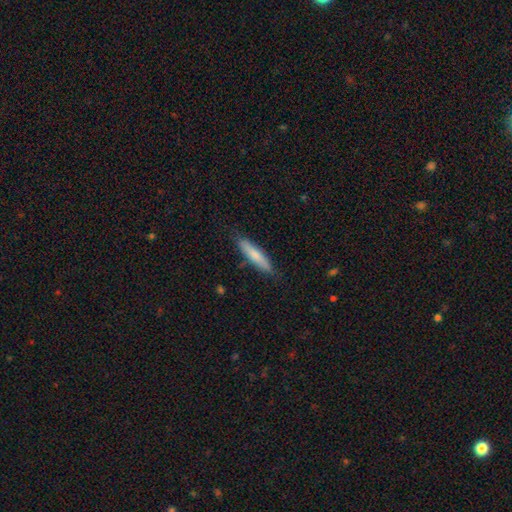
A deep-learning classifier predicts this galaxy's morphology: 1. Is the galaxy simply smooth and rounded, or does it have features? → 75% smooth, 20% featured or disk, 5% star or artifact.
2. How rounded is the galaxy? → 85% cigar-shaped, 14% in between, 1% round.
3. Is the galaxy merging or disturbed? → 83% none, 13% minor disturbance, 2% major disturbance, 1% merger.